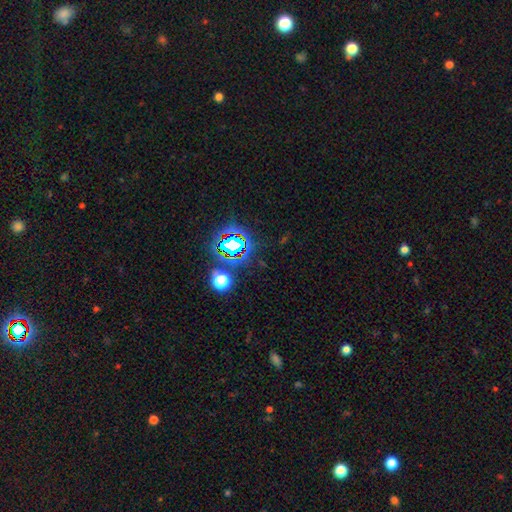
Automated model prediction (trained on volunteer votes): This is likely a star or artifact rather than a galaxy (75%).